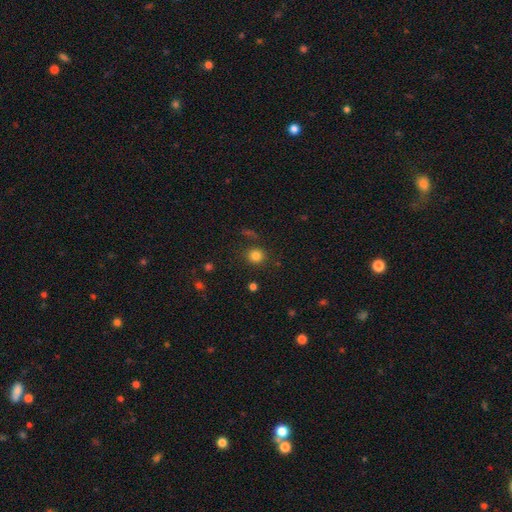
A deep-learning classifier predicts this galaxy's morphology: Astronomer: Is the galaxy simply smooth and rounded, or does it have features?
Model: smooth — 82%.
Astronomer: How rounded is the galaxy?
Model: round — 88%.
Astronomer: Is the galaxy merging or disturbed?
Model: none — 84%.